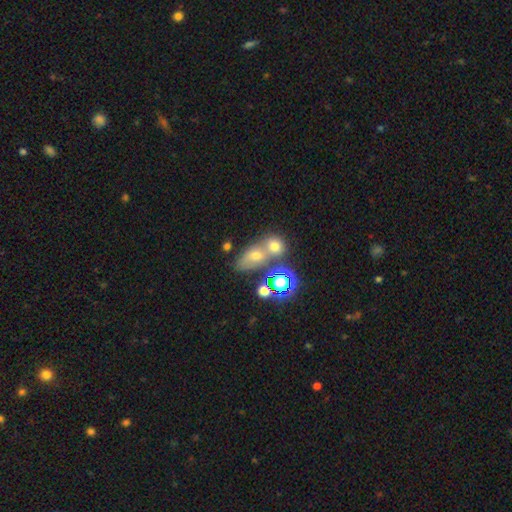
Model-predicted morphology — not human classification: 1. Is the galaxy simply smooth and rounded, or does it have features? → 55% smooth, 25% star or artifact, 20% featured or disk.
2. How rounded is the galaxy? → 65% in between, 30% round, 5% cigar-shaped.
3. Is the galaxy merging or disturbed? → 44% merger, 40% none, 11% minor disturbance, 6% major disturbance.